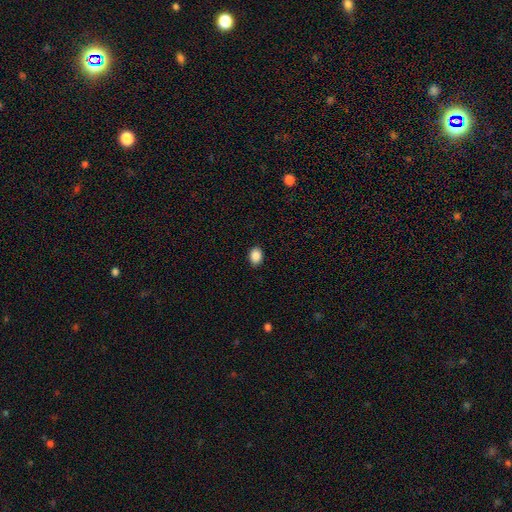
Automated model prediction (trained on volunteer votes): Smooth or featured: smooth — 88% (star or artifact — 8%)
How rounded: in between — 66% (round — 33%)
Merging: none — 90% (minor disturbance — 7%)